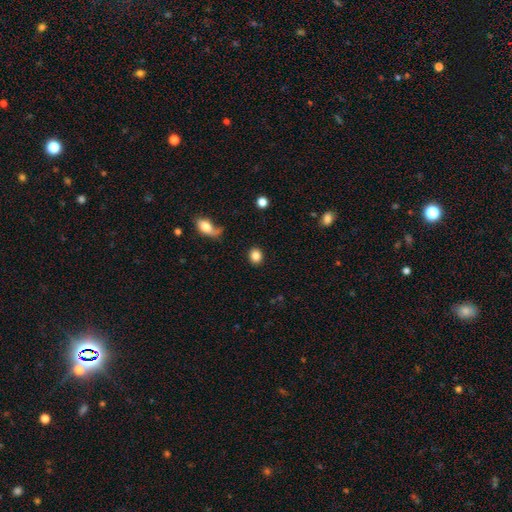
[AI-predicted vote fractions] A smooth galaxy with no disk features (86%) that is round (67%). Merging: none (89%).